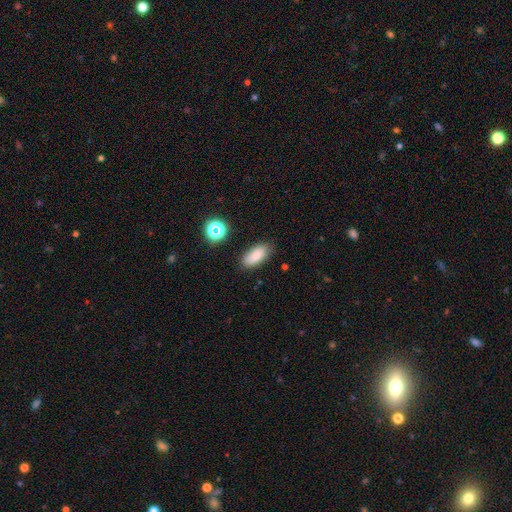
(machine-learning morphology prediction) Smooth or featured?
  - smooth: 82% *
  - star or artifact: 10%
  - featured or disk: 8%
How rounded?
  - in between: 88% *
  - cigar-shaped: 9%
  - round: 4%
Merging?
  - none: 83% *
  - minor disturbance: 12%
  - major disturbance: 3%
  - merger: 2%